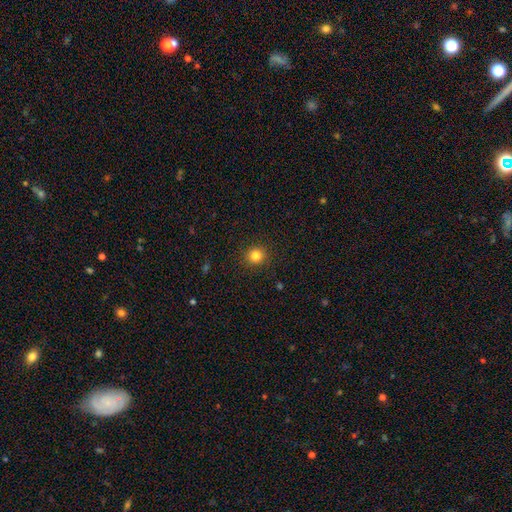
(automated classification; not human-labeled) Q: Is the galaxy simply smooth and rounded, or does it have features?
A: smooth — 83%.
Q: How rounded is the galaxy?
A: round — 91%.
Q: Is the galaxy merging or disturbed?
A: none — 91%.